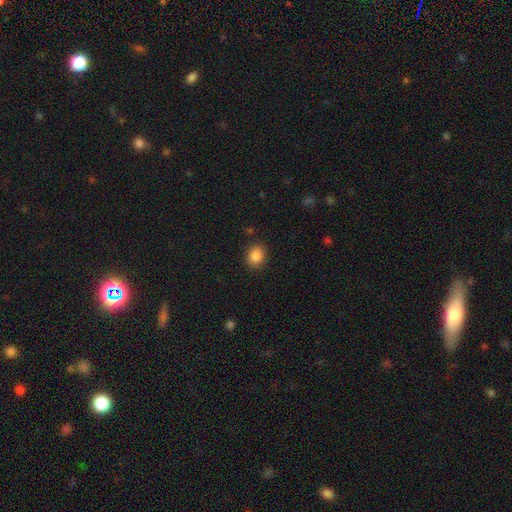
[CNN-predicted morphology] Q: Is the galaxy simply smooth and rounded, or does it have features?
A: smooth — 87%.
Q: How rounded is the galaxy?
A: round — 55%.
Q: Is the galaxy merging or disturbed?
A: none — 88%.